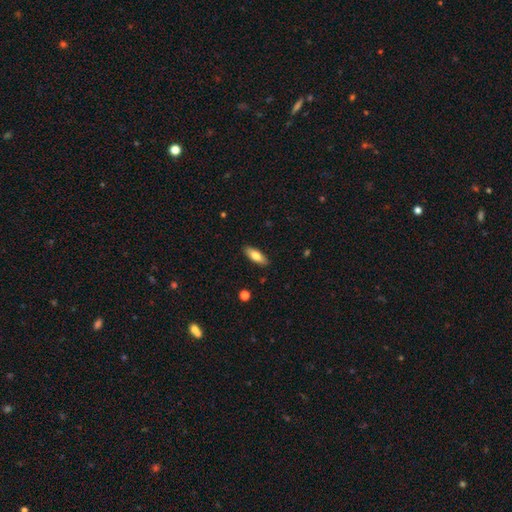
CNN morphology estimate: Smooth or featured? smooth (74%)
How rounded? in between (68%)
Merging? none (89%)